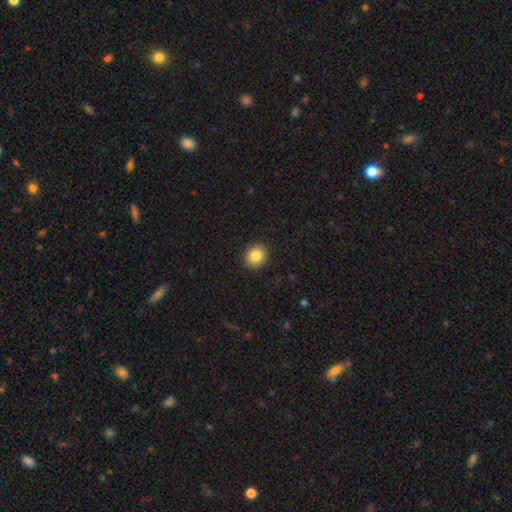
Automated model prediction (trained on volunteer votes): Smooth or featured?
  - smooth: 85% *
  - star or artifact: 9%
  - featured or disk: 6%
How rounded?
  - round: 81% *
  - in between: 18%
  - cigar-shaped: 1%
Merging?
  - none: 91% *
  - minor disturbance: 6%
  - major disturbance: 2%
  - merger: 1%